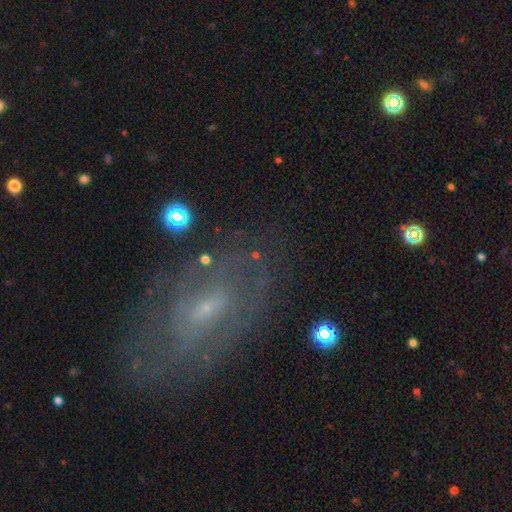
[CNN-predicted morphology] This appears to be a featured or disk galaxy (54%) with no bar (42%), spiral arms (60%) and a small central bulge (73%). Merging: none (65%).